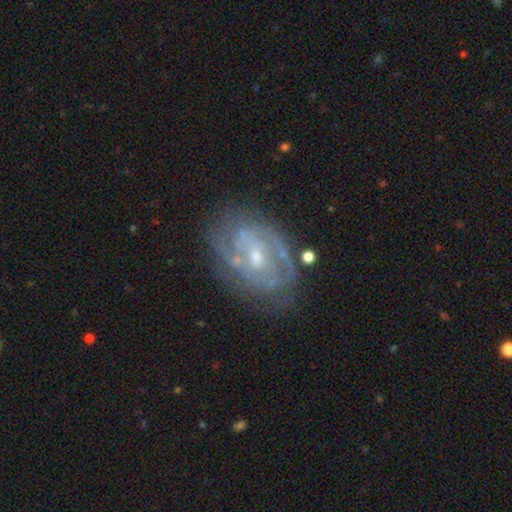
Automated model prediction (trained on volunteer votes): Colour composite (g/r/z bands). It shows a featured or disk galaxy (85%) with no bar (44%, tied with weak), 2 (46%) tight (57%) spiral arms (89%) and a small central bulge (58%). Merging: none (70%).